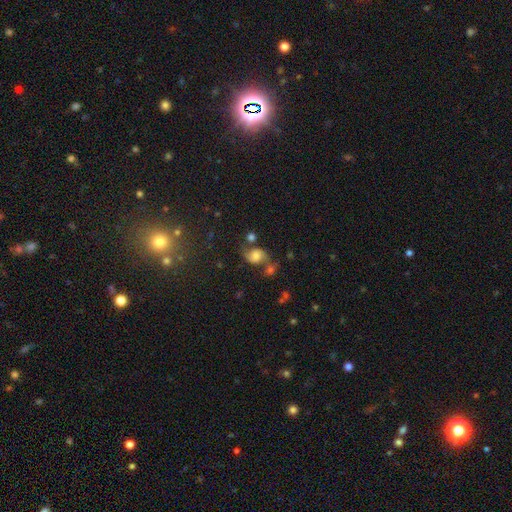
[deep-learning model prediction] smooth_or_featured: featured or disk (p=0.52) [alt: smooth p=0.34]
disk_edge_on: no (p=0.97) [alt: yes p=0.03]
bar: no (p=0.68) [alt: weak p=0.26]
has_spiral_arms: yes (p=0.87) [alt: no p=0.13]
bulge_size: moderate (p=0.33) [alt: large p=0.27]
merging: none (p=0.47) [alt: merger p=0.21]